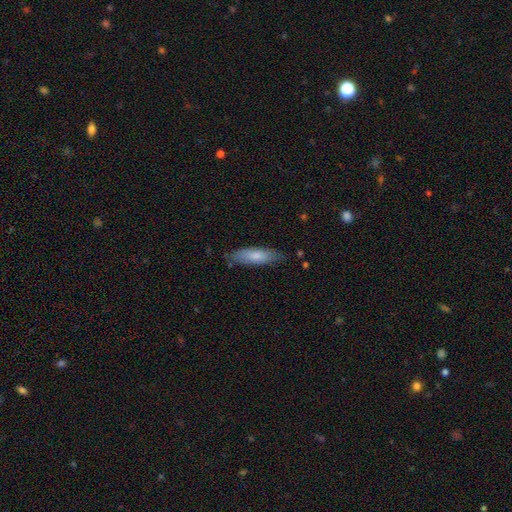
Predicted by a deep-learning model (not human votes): smooth 75%, featured or disk 20%, star or artifact 5%. Down the decision tree: how rounded — cigar-shaped (52%); merging — none (77%).